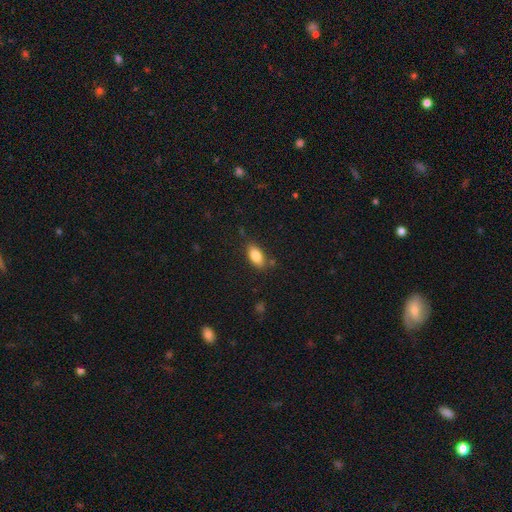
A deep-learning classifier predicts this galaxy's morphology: Smooth or featured: smooth — 84% (featured or disk — 9%)
How rounded: in between — 90% (cigar-shaped — 6%)
Merging: none — 81% (minor disturbance — 13%)